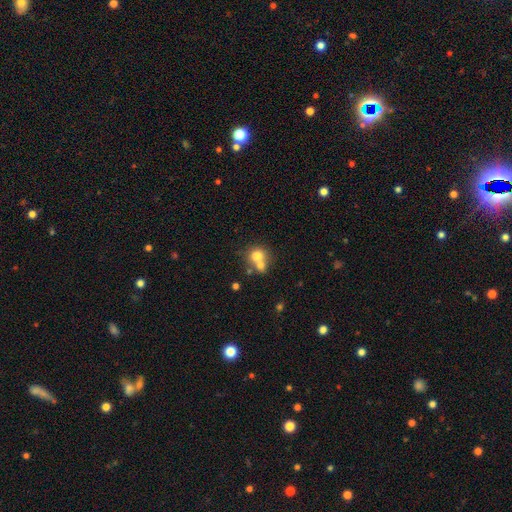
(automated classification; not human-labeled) A smooth galaxy with no disk features (73%) that is round (80%).

Vote fractions:
- Smooth or featured? smooth: 73% / featured or disk: 16% / star or artifact: 11%
- How rounded? round: 80% / in between: 19% / cigar-shaped: 1%
- Merging? merger: 53% / none: 37% / minor disturbance: 7% / major disturbance: 3%